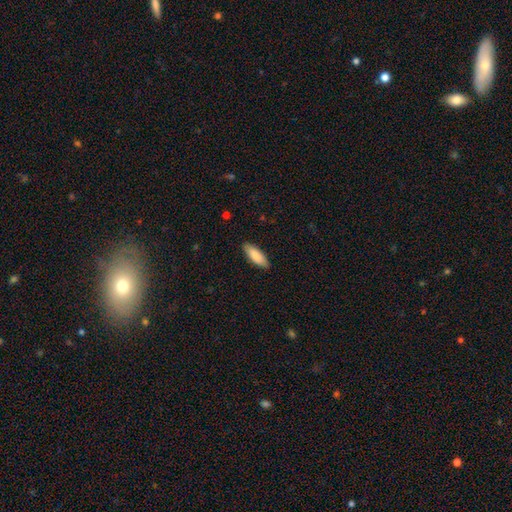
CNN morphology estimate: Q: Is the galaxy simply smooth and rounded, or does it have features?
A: smooth — 87%.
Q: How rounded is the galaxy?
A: in between — 64%.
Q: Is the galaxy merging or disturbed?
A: none — 88%.